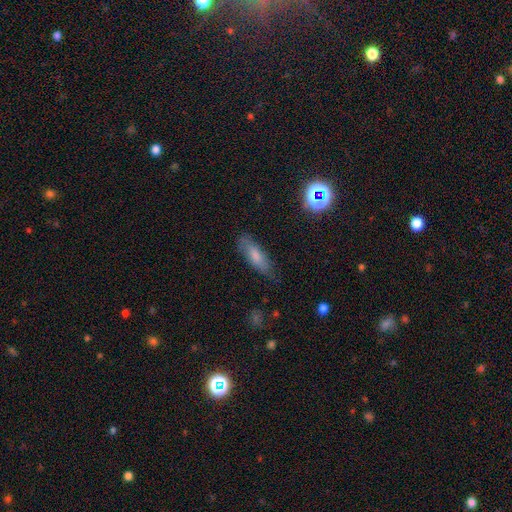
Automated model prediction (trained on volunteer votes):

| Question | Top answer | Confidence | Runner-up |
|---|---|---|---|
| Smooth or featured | smooth | 73% | featured or disk (18%) |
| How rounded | in between | 51% | cigar-shaped (47%) |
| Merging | none | 75% | minor disturbance (19%) |